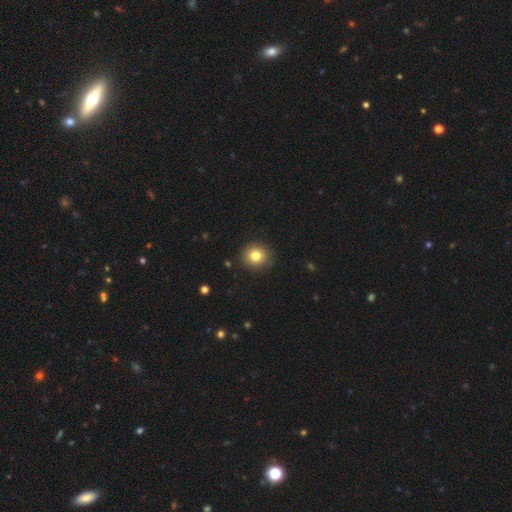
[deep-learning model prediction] Smooth or featured?
  - smooth: 81% *
  - star or artifact: 11%
  - featured or disk: 8%
How rounded?
  - round: 89% *
  - in between: 10%
  - cigar-shaped: 1%
Merging?
  - none: 90% *
  - minor disturbance: 7%
  - major disturbance: 2%
  - merger: 1%